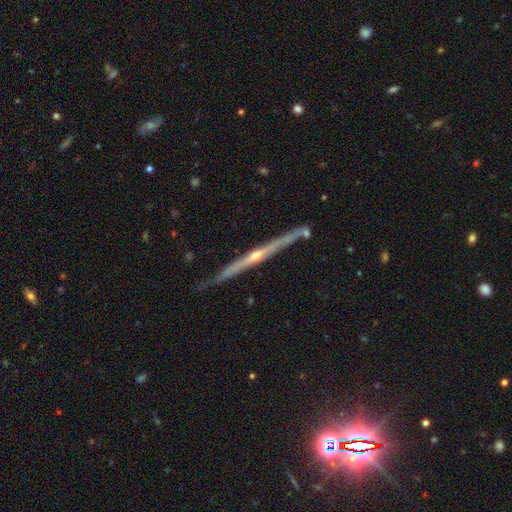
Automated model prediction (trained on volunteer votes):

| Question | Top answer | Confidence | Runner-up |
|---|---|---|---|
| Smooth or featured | featured or disk | 83% | smooth (9%) |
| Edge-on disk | yes | 98% | no (2%) |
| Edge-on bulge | rounded | 80% | none (14%) |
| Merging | none | 87% | minor disturbance (9%) |